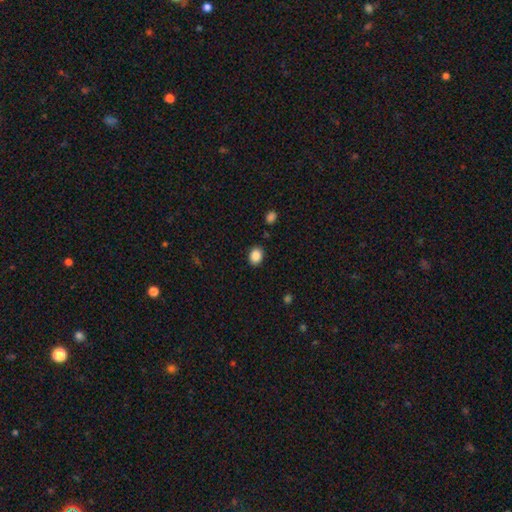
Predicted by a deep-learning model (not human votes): Smooth or featured? Predicted: smooth (p=0.88). How rounded? Predicted: in between (p=0.62). Merging? Predicted: none (p=0.86).